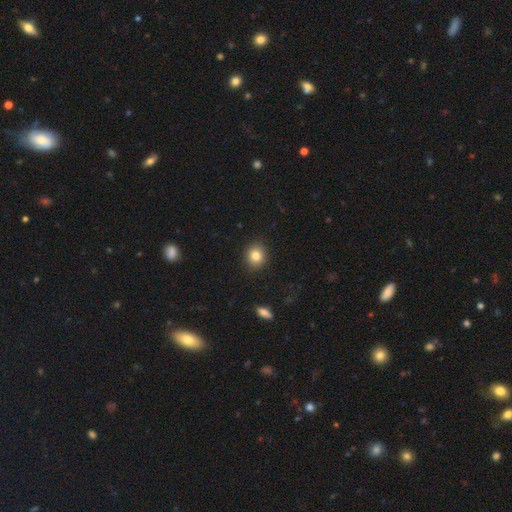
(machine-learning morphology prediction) A smooth galaxy with no disk features (82%) that is round (72%).

Vote fractions:
- Smooth or featured? smooth: 82% / star or artifact: 10% / featured or disk: 7%
- How rounded? round: 72% / in between: 27% / cigar-shaped: 1%
- Merging? none: 89% / minor disturbance: 8% / major disturbance: 2% / merger: 1%